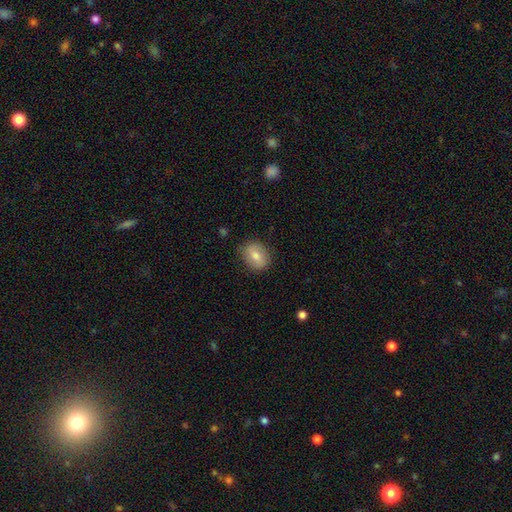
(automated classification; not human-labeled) smooth 69%, featured or disk 22%, star or artifact 8%. Down the decision tree: how rounded — in between (61%); merging — none (83%).